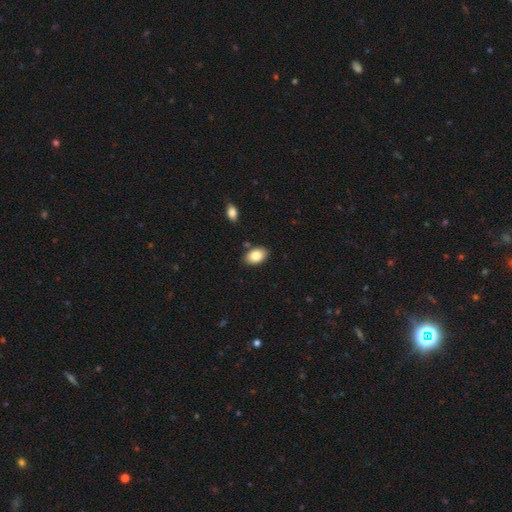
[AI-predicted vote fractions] Smooth or featured: smooth — 84% (featured or disk — 9%)
How rounded: in between — 90% (round — 9%)
Merging: none — 84% (minor disturbance — 10%)